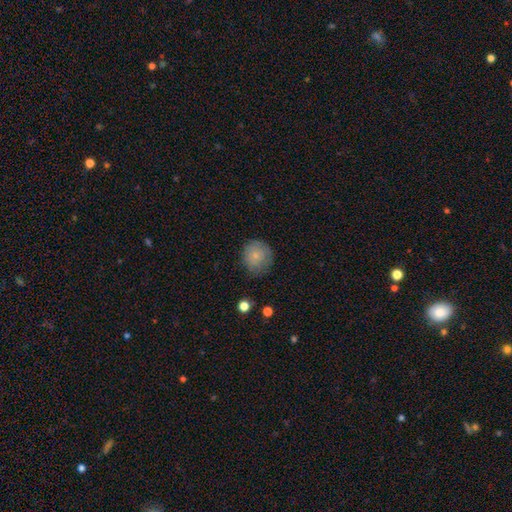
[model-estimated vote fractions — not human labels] smooth 78%, featured or disk 15%, star or artifact 8%. Down the decision tree: how rounded — round (88%); merging — none (74%).